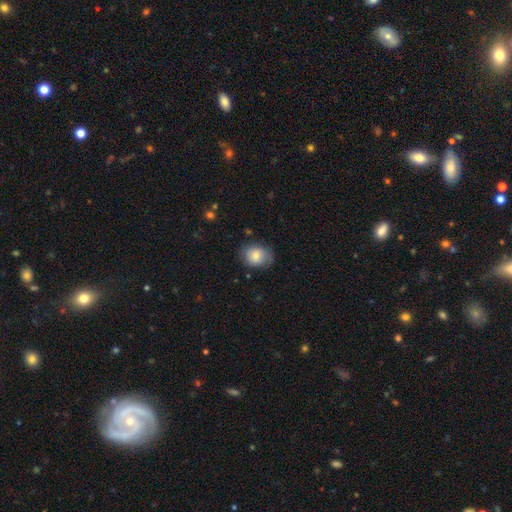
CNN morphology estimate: A smooth galaxy with no disk features (74%) that is round (50%).

Vote fractions:
- Smooth or featured? smooth: 74% / featured or disk: 18% / star or artifact: 8%
- How rounded? round: 50% / in between: 49% / cigar-shaped: 1%
- Merging? none: 72% / minor disturbance: 21% / major disturbance: 6% / merger: 1%